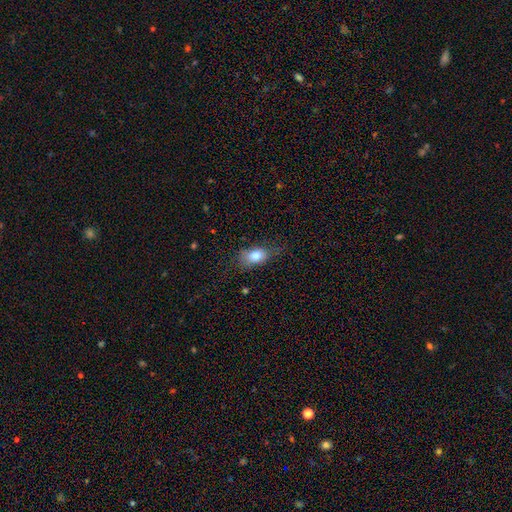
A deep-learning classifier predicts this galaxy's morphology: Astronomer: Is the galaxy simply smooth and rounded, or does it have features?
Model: smooth — 80%.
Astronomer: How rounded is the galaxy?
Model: in between — 82%.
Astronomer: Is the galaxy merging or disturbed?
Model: none — 60%.